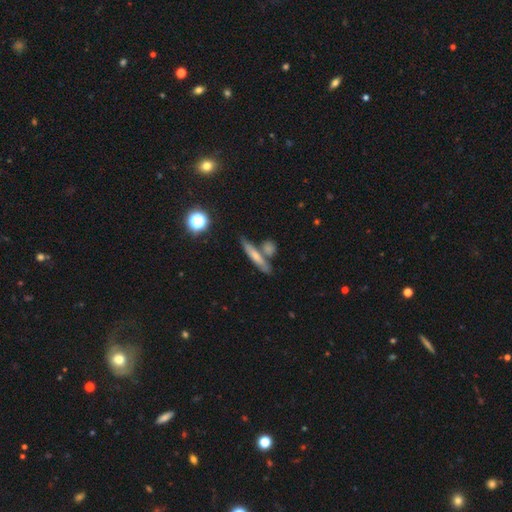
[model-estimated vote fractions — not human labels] smooth_or_featured: smooth (p=0.57) [alt: featured or disk p=0.35]
how_rounded: cigar-shaped (p=0.82) [alt: in between p=0.14]
merging: none (p=0.64) [alt: merger p=0.20]